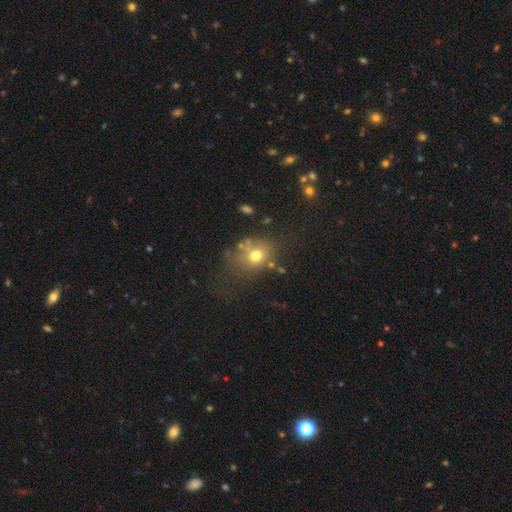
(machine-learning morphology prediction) Q: Smooth or featured?
A: smooth (69%); runner-up: featured or disk (16%)
Q: How rounded?
A: round (54%); runner-up: in between (44%)
Q: Merging?
A: none (59%); runner-up: minor disturbance (19%)